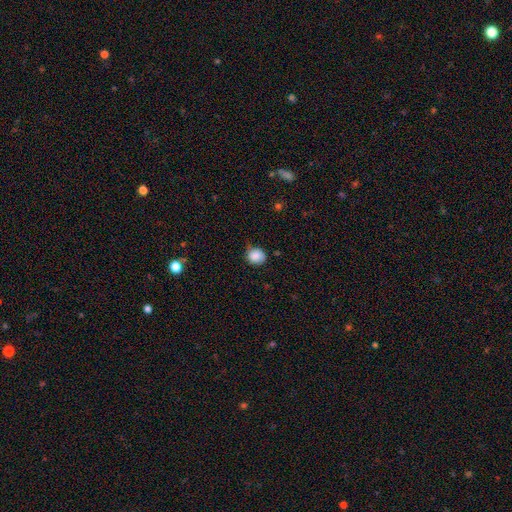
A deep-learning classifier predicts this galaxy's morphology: Smooth or featured: smooth — 85% (star or artifact — 9%)
How rounded: round — 76% (in between — 23%)
Merging: none — 58% (minor disturbance — 34%)